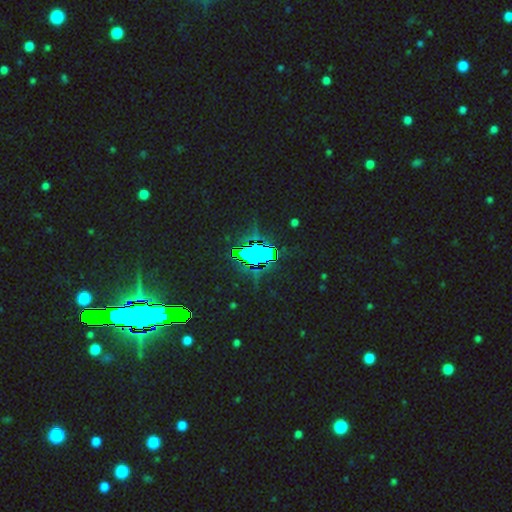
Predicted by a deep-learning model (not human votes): A star or artifact, not a galaxy (78%).